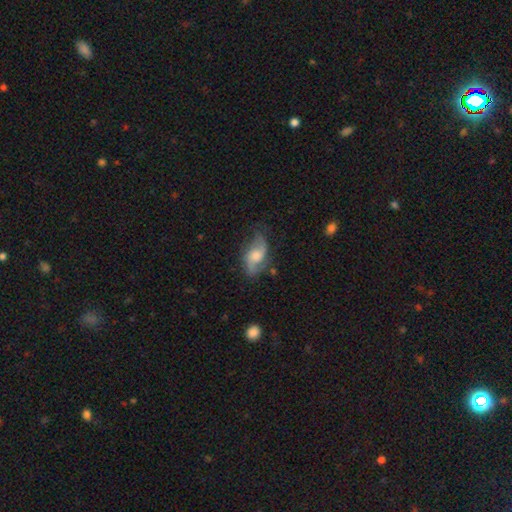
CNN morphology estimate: This appears to be a featured or disk galaxy (68%) with no bar (58%), 2 (86%) loose (52%) spiral arms (92%) and a moderate central bulge (47%). Merging: none (63%).